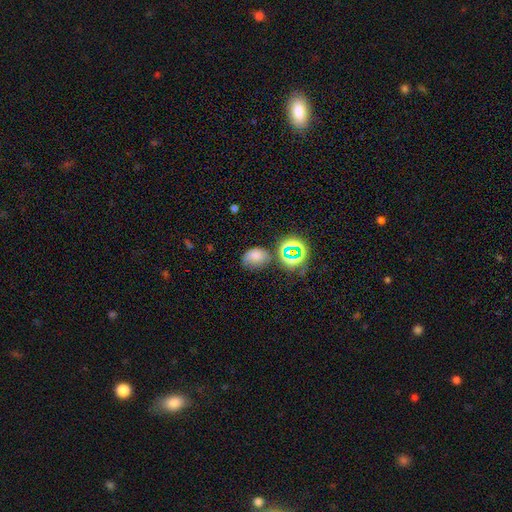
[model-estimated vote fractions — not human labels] A smooth galaxy with no disk features (67%) that is in between round and cigar-shaped (67%). Merging: none (57%).